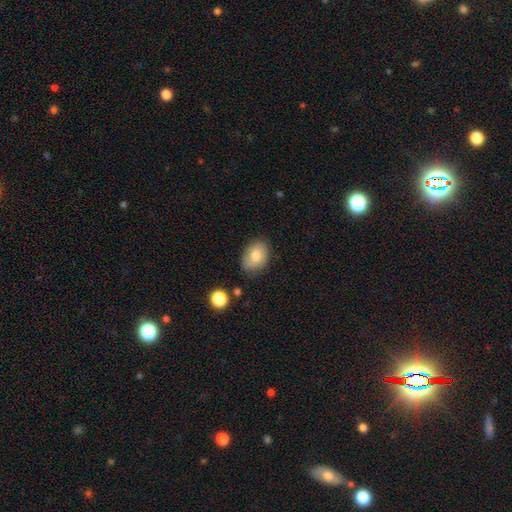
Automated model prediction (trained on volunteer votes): Smooth or featured? Predicted: smooth (p=0.70). How rounded? Predicted: in between (p=0.74). Merging? Predicted: none (p=0.77).